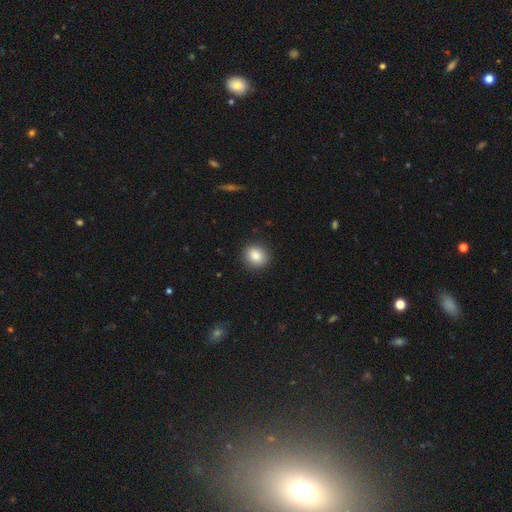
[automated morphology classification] Overall: smooth (86%). How rounded: round (74%). Merging: none (90%).